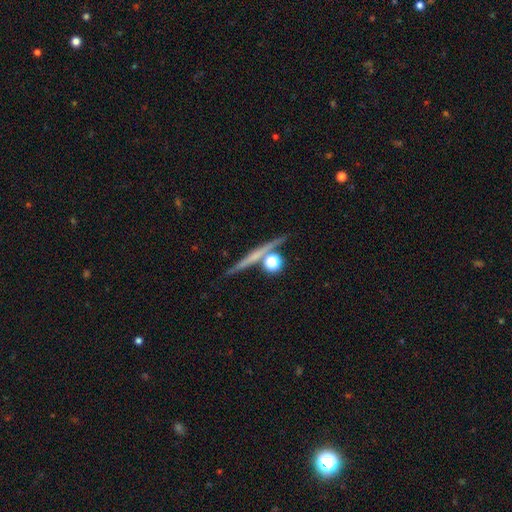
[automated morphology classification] A featured or disk galaxy (53%) viewed edge-on (93%).

Vote fractions:
- Smooth or featured? featured or disk: 53% / smooth: 34% / star or artifact: 13%
- Edge-on disk? yes: 93% / no: 7%
- Merging? none: 79% / merger: 9% / minor disturbance: 8% / major disturbance: 3%